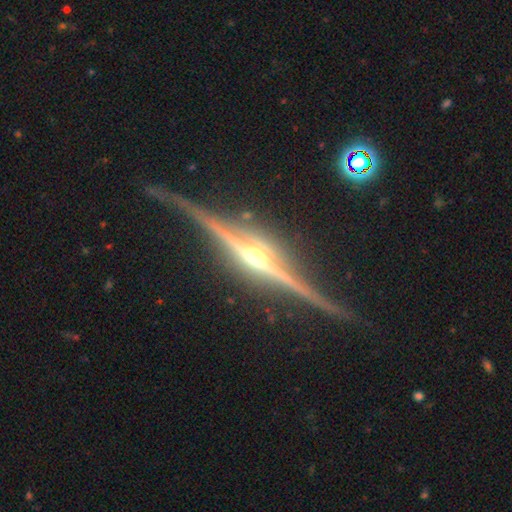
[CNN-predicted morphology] smooth-or-featured: featured or disk: 92% | star or artifact: 5% | smooth: 3%
  disk-edge-on: yes: 98% | no: 2%
    edge-on-bulge: rounded: 89% | boxy: 6% | none: 4%
  merging: none: 87% | minor disturbance: 9% | major disturbance: 2% | merger: 2%